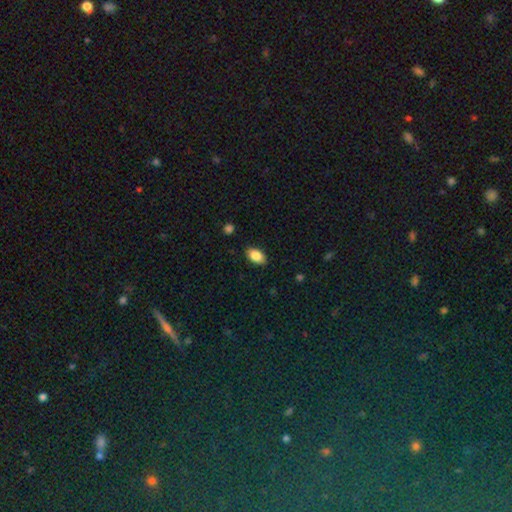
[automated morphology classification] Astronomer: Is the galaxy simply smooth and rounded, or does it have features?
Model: smooth — 86%.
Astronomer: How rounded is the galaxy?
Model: in between — 92%.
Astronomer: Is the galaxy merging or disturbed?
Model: none — 88%.